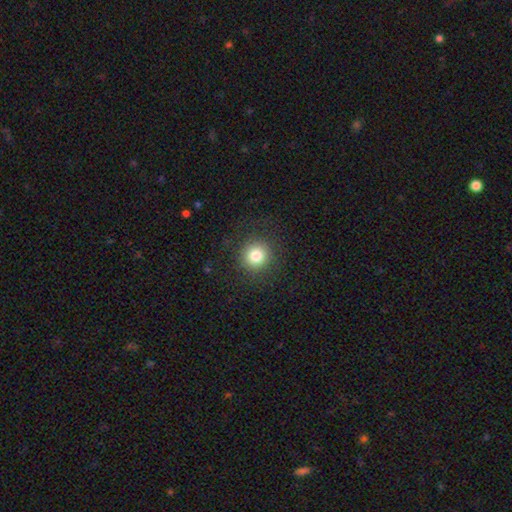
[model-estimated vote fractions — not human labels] This is clearly a smooth galaxy (80%). How rounded: clearly round (94%). Merging: clearly none (88%).